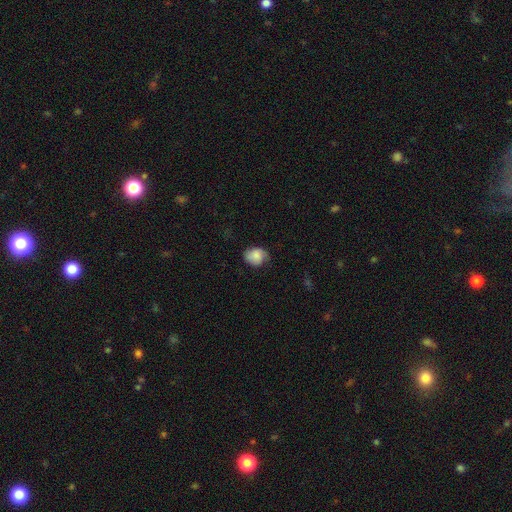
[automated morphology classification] This is likely a smooth galaxy (76%). How rounded: possibly round (53%). Merging: possibly none (59%).